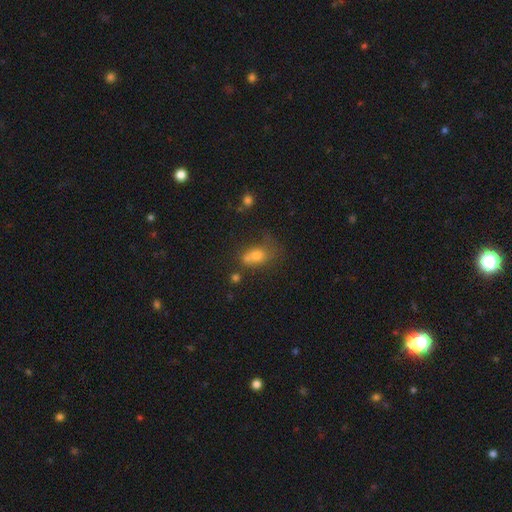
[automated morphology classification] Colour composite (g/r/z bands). It shows a smooth galaxy with no disk features (69%) that is in between round and cigar-shaped (55%). Merging: merger (37%).